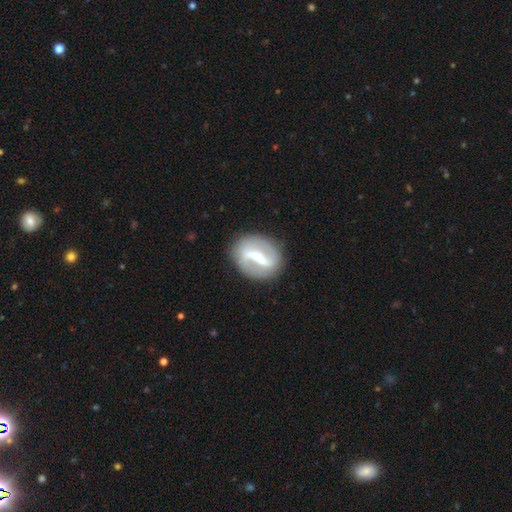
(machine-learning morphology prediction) Smooth or featured? Predicted: featured or disk (p=0.75). Edge-on disk? Predicted: no (p=0.94). Bar? Predicted: strong (p=0.73). Spiral arms? Predicted: yes (p=0.67). Bulge size? Predicted: moderate (p=0.39). Merging? Predicted: none (p=0.78).